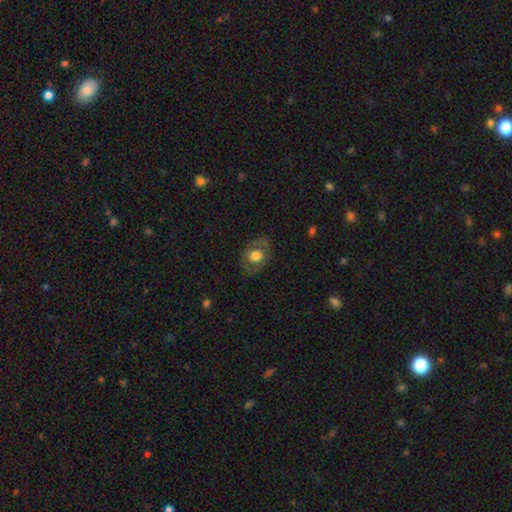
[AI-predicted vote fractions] Smooth or featured?
  - smooth: 56% *
  - featured or disk: 35%
  - star or artifact: 8%
How rounded?
  - in between: 51% *
  - round: 48%
  - cigar-shaped: 1%
Merging?
  - none: 78% *
  - minor disturbance: 14%
  - major disturbance: 7%
  - merger: 1%